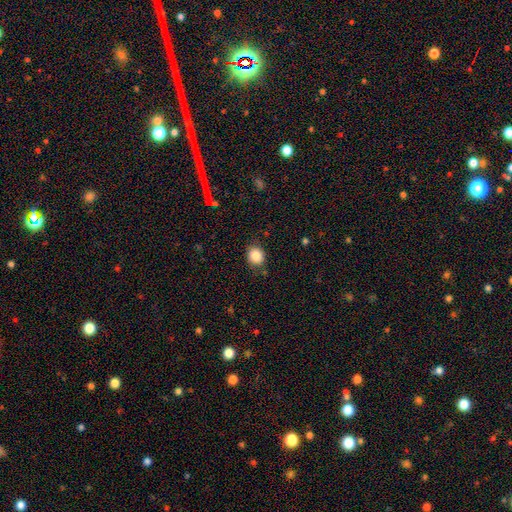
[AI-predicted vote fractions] Q: Smooth or featured?
A: smooth (85%); runner-up: star or artifact (9%)
Q: How rounded?
A: round (65%); runner-up: in between (34%)
Q: Merging?
A: none (79%); runner-up: minor disturbance (15%)